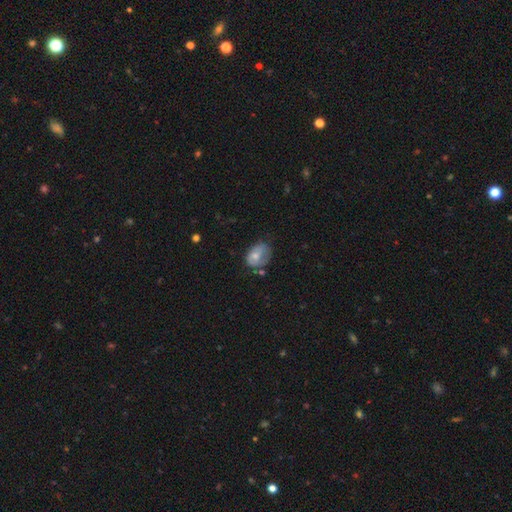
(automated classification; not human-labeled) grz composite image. It shows a smooth galaxy with no disk features (65%) that is in between round and cigar-shaped (68%). Merging: minor disturbance (38%, tied with none).